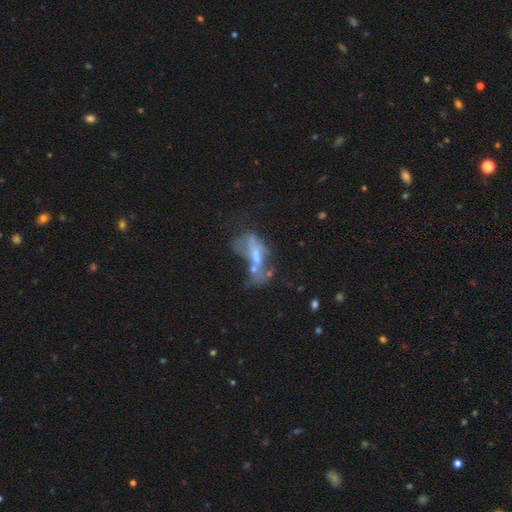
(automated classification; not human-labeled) featured or disk 52%, smooth 33%, star or artifact 15%. Down the decision tree: edge-on disk — no (91%); merging — merger (39%).